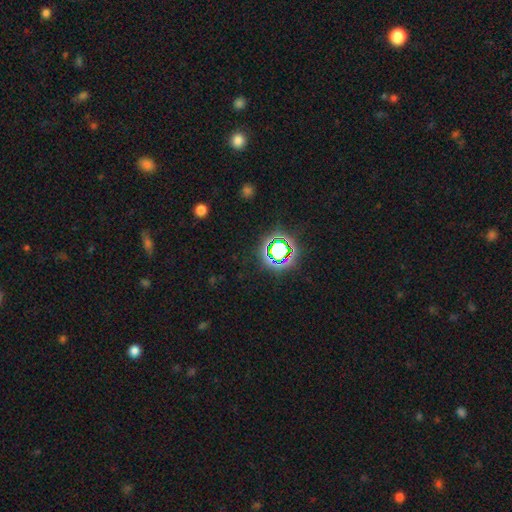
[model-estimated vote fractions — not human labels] Overall: star or artifact (76%).